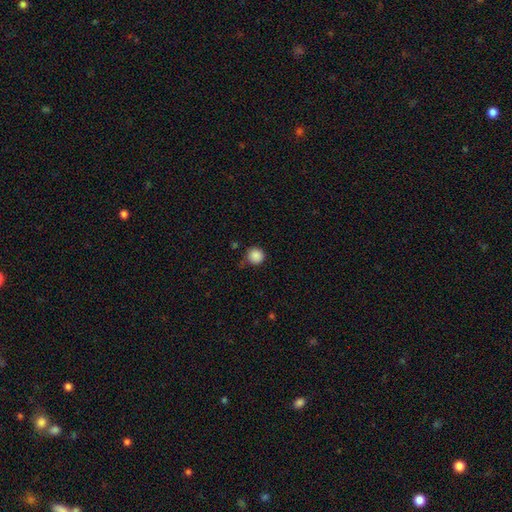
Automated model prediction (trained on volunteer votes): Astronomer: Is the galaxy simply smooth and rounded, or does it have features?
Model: smooth — 88%.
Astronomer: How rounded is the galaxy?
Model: round — 95%.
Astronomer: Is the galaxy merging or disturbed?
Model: none — 81%.